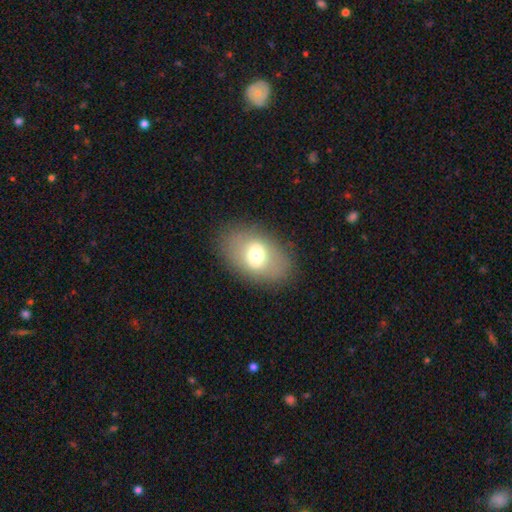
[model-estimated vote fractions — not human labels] Smooth or featured: smooth — 59% (featured or disk — 31%)
How rounded: in between — 83% (round — 15%)
Merging: none — 83% (minor disturbance — 11%)